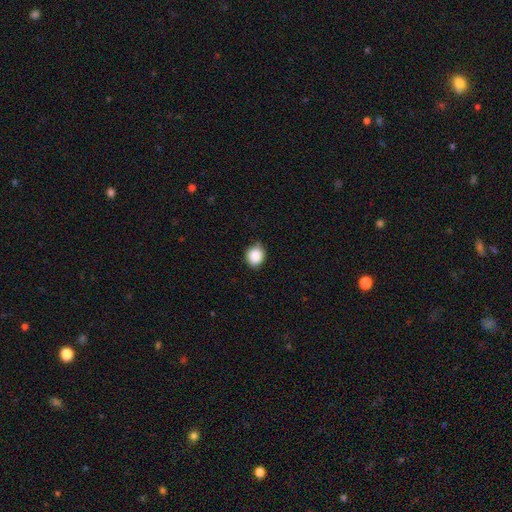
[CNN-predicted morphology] This appears to be a smooth galaxy with no disk features (88%) that is round (77%). Merging: none (79%).